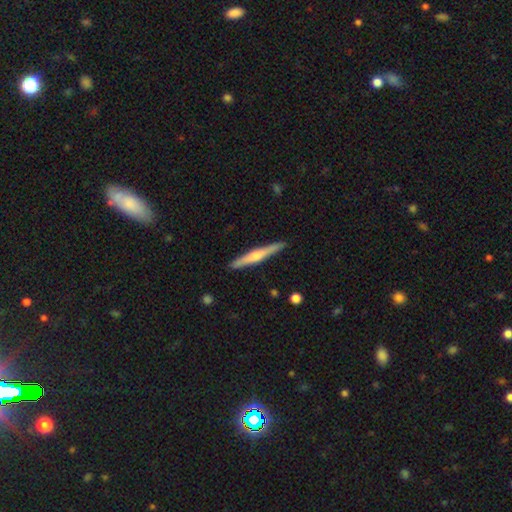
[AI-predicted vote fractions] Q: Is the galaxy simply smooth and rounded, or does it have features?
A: featured or disk — 60%.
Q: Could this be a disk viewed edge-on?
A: yes — 97%.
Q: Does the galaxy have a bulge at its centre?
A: rounded — 81%.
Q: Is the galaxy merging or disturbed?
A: none — 90%.